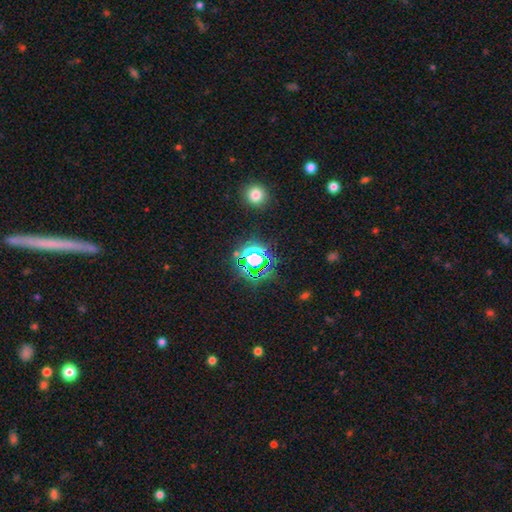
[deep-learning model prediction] The model was most divided on "smooth or featured": star or artifact: 77%, smooth: 14%, featured or disk: 9%.